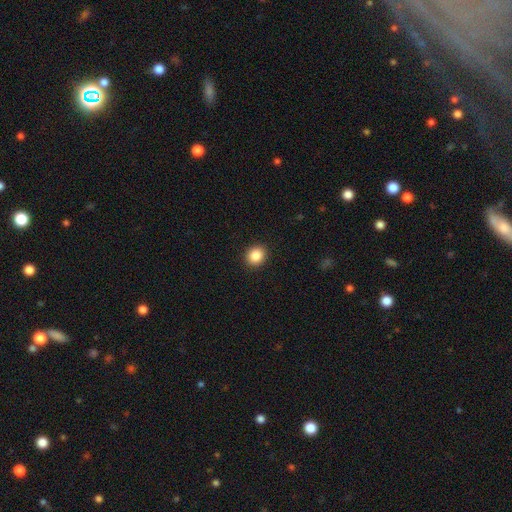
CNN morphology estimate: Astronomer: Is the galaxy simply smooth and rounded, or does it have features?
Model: smooth — 87%.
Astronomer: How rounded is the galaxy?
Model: round — 74%.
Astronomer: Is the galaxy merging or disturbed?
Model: none — 92%.